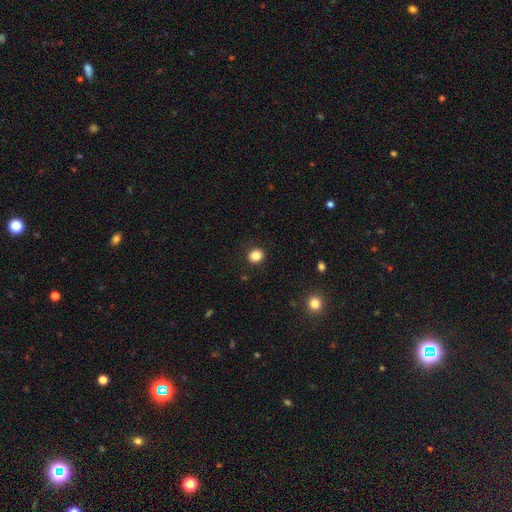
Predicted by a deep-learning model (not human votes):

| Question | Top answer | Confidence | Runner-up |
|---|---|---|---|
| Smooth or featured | smooth | 85% | star or artifact (11%) |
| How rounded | round | 79% | in between (20%) |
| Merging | none | 90% | minor disturbance (7%) |